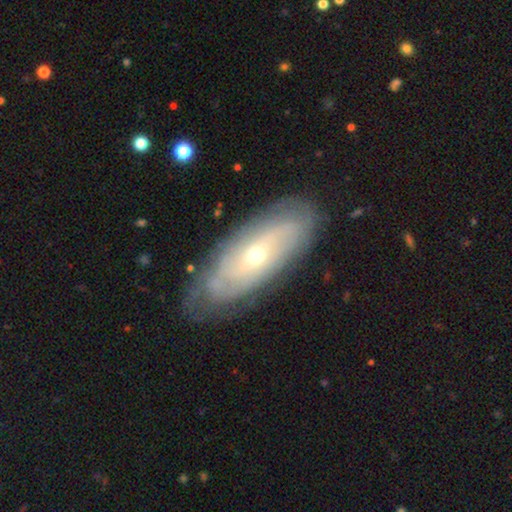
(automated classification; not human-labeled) Q: Smooth or featured?
A: featured or disk (69%); runner-up: smooth (24%)
Q: Edge-on disk?
A: no (84%); runner-up: yes (16%)
Q: Bar?
A: no (77%); runner-up: weak (18%)
Q: Spiral arms?
A: yes (71%); runner-up: no (29%)
Q: Bulge size?
A: small (58%); runner-up: moderate (39%)
Q: Merging?
A: none (78%); runner-up: minor disturbance (16%)